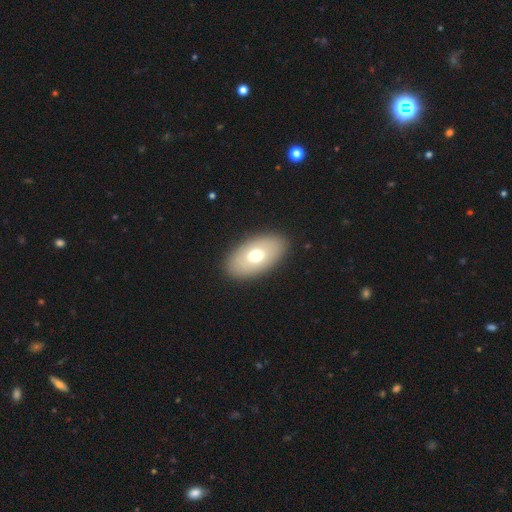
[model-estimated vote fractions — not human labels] Q: Smooth or featured?
A: smooth (67%); runner-up: featured or disk (26%)
Q: How rounded?
A: in between (93%); runner-up: round (5%)
Q: Merging?
A: none (89%); runner-up: minor disturbance (8%)